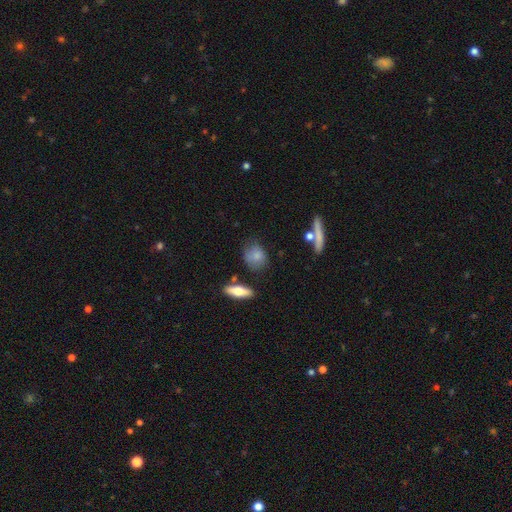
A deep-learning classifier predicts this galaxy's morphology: Smooth or featured?
  - smooth: 76% *
  - featured or disk: 15%
  - star or artifact: 9%
How rounded?
  - round: 53% *
  - in between: 42%
  - cigar-shaped: 5%
Merging?
  - none: 63% *
  - minor disturbance: 24%
  - major disturbance: 7%
  - merger: 5%